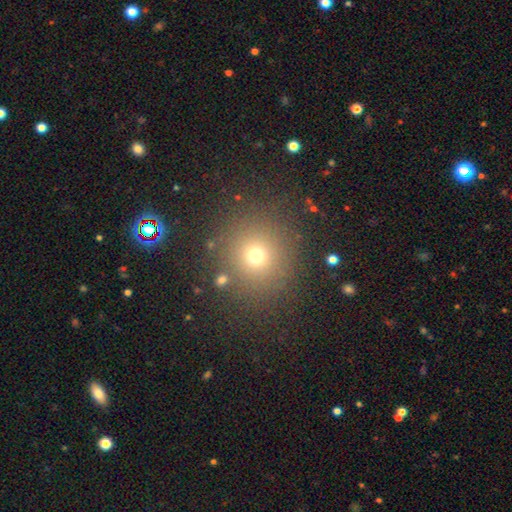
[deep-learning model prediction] Morphology: type=smooth (68%); roundness=round (91%); merging=none (85%).